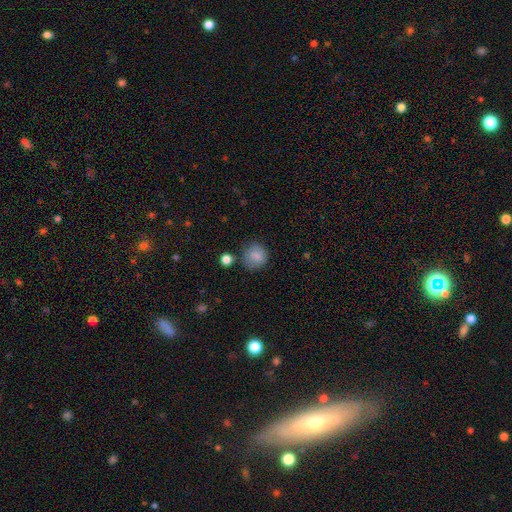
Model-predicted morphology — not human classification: Q: Smooth or featured?
A: smooth (85%); runner-up: star or artifact (9%)
Q: How rounded?
A: round (84%); runner-up: in between (15%)
Q: Merging?
A: none (75%); runner-up: minor disturbance (16%)